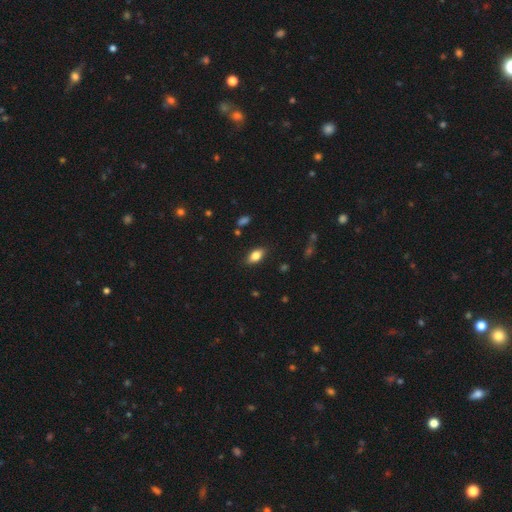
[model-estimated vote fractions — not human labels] smooth 81%, featured or disk 11%, star or artifact 8%. Down the decision tree: how rounded — in between (89%); merging — none (86%).